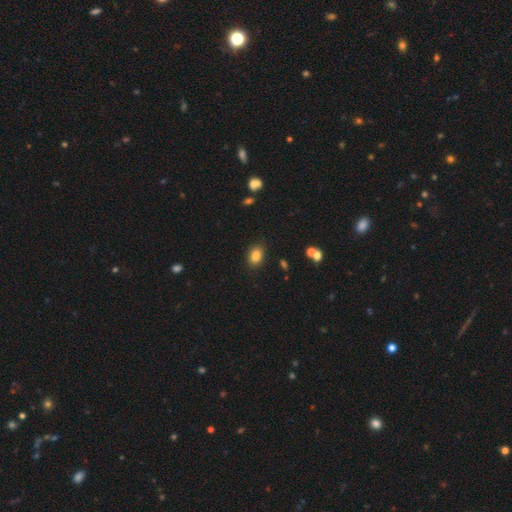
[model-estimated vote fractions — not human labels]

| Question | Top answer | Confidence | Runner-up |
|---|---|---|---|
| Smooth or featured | smooth | 84% | star or artifact (10%) |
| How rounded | in between | 79% | round (20%) |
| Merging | none | 87% | minor disturbance (9%) |